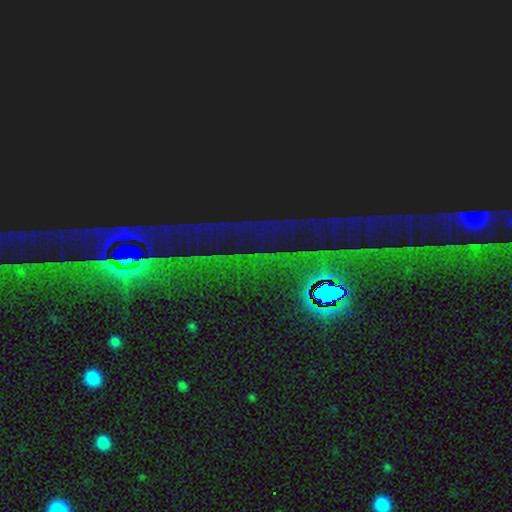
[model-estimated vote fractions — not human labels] smooth-or-featured: star or artifact: 86% | featured or disk: 7% | smooth: 6%